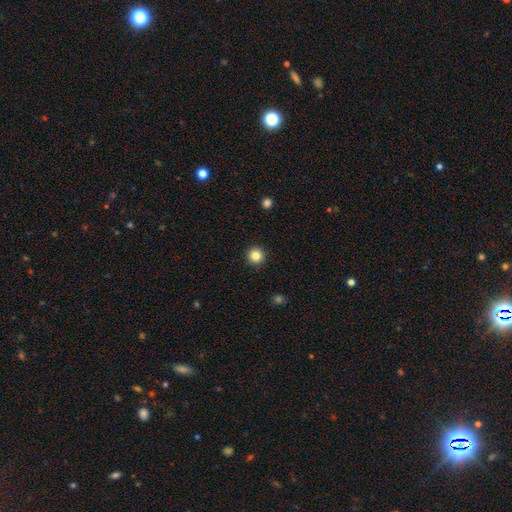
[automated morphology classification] This is clearly a smooth galaxy (84%). How rounded: clearly round (96%). Merging: clearly none (93%).